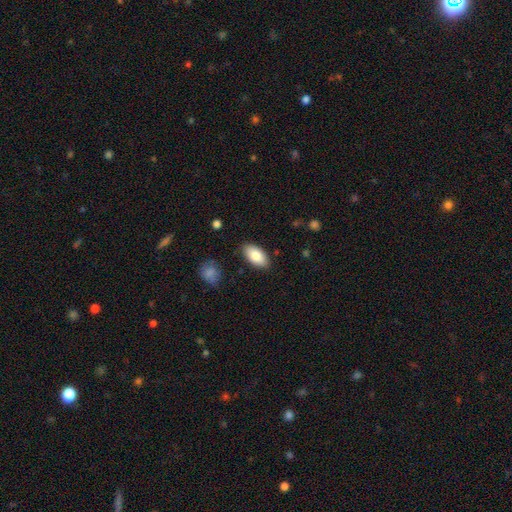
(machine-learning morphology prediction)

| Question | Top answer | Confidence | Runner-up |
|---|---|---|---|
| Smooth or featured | smooth | 84% | featured or disk (10%) |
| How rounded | in between | 94% | cigar-shaped (3%) |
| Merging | none | 86% | minor disturbance (10%) |